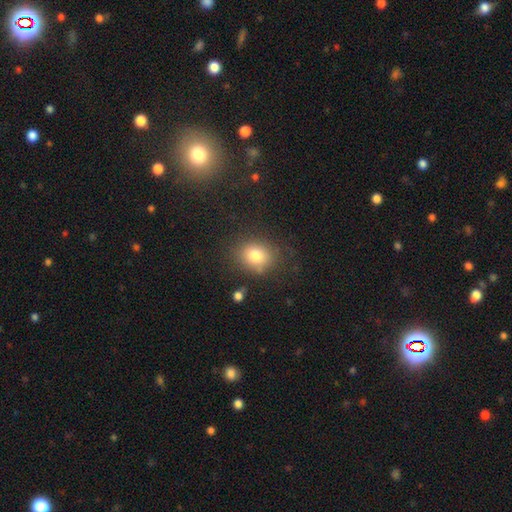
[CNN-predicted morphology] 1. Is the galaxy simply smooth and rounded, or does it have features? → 78% smooth, 12% star or artifact, 10% featured or disk.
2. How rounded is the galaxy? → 66% round, 33% in between, 1% cigar-shaped.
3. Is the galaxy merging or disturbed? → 77% none, 14% minor disturbance, 6% major disturbance, 3% merger.